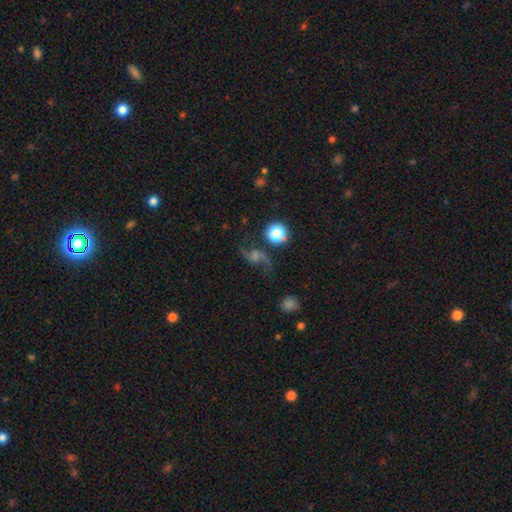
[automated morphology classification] featured or disk 71%, star or artifact 15%, smooth 14%. Down the decision tree: edge-on disk — no (95%); bar — no (61%); spiral arms — yes (94%); spiral arm count — 2 (92%); spiral winding — loose (85%); bulge size — moderate (35%); merging — none (71%).